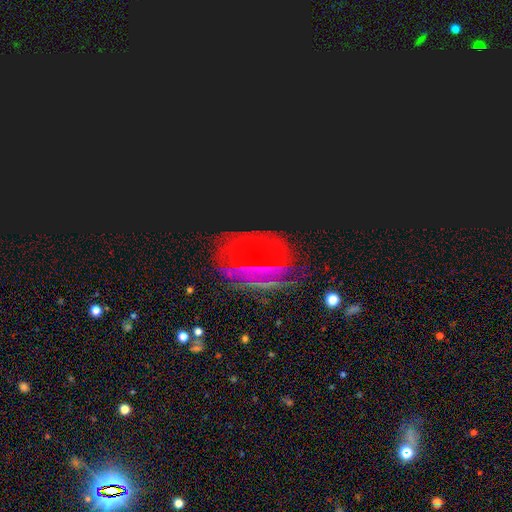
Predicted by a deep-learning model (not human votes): smooth_or_featured: featured or disk (p=0.49) [alt: star or artifact p=0.32]
merging: none (p=0.72) [alt: minor disturbance p=0.17]